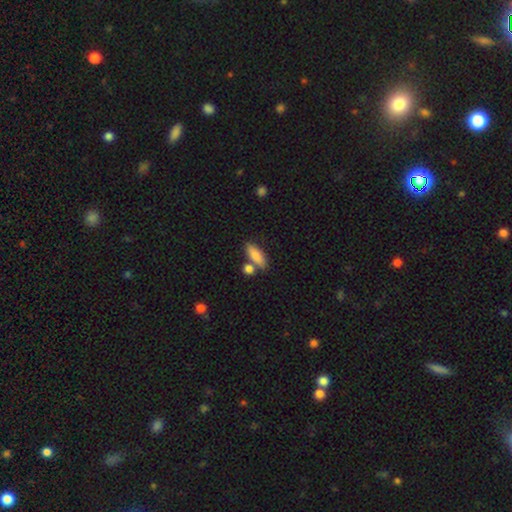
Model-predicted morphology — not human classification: Smooth or featured? Predicted: smooth (p=0.84). How rounded? Predicted: in between (p=0.69). Merging? Predicted: none (p=0.62).